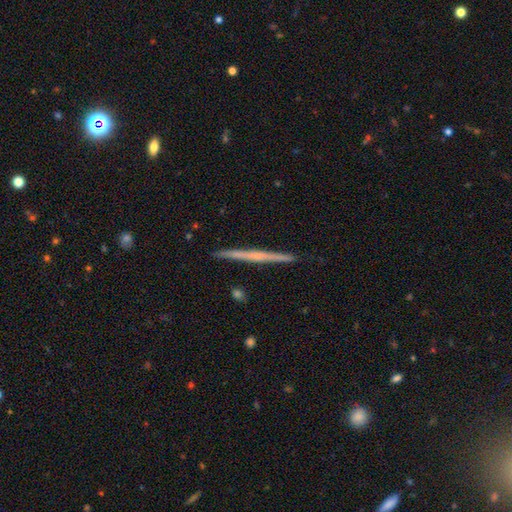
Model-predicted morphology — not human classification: smooth_or_featured: featured or disk (p=0.62) [alt: smooth p=0.32]
disk_edge_on: yes (p=0.98) [alt: no p=0.02]
edge_on_bulge: none (p=0.77) [alt: rounded p=0.17]
merging: none (p=0.92) [alt: minor disturbance p=0.05]